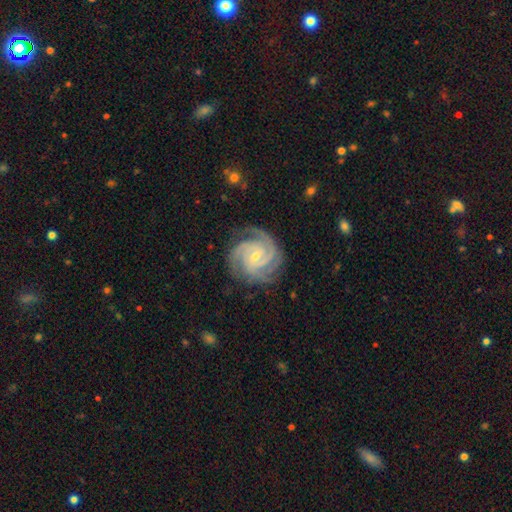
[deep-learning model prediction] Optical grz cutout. It shows a featured or disk galaxy (92%) with no bar (56%), 3 (49%) tight (73%) spiral arms (99%) and a small central bulge (68%). Merging: none (81%).